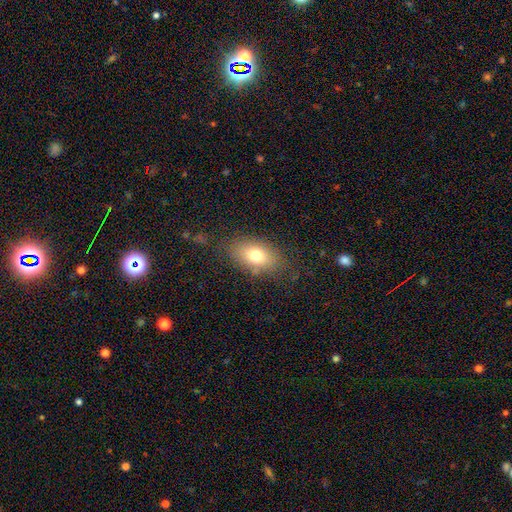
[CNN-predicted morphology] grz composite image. It shows a smooth galaxy with no disk features (76%) that is in between round and cigar-shaped (87%). Merging: none (78%).